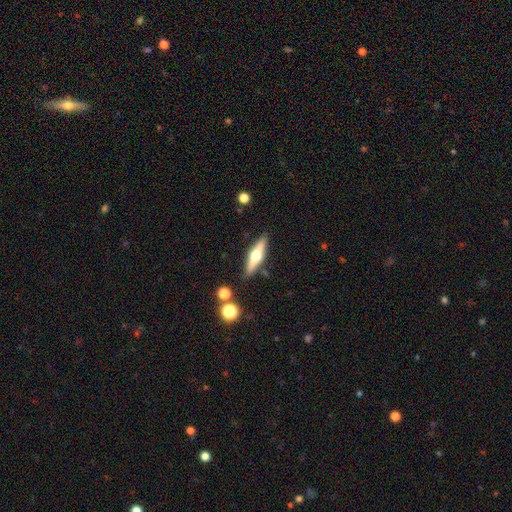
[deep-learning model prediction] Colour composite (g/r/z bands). It shows a featured or disk galaxy (63%) viewed edge-on (95%) with a rounded central bulge (95%). Merging: none (86%).